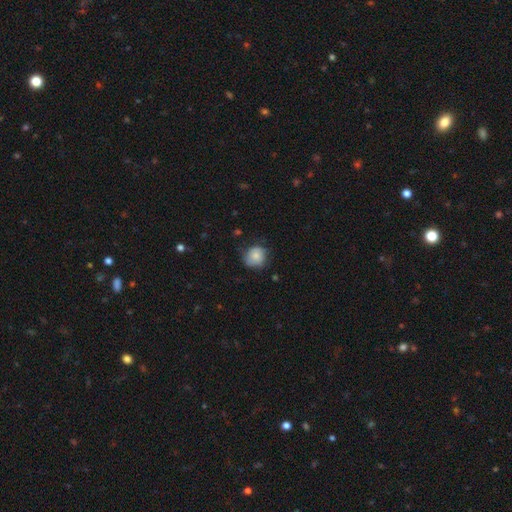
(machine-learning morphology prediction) A smooth galaxy with no disk features (78%) that is round (83%). Merging: none (69%).